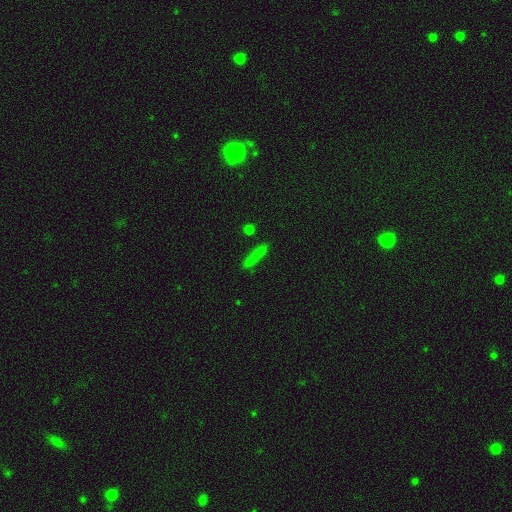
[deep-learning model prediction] Smooth or featured? smooth (69%)
How rounded? cigar-shaped (86%)
Merging? none (79%)